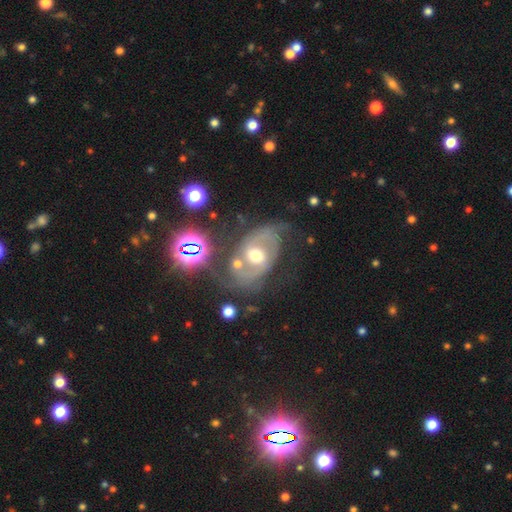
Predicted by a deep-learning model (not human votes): Smooth or featured?
  - featured or disk: 76% *
  - smooth: 14%
  - star or artifact: 10%
Edge-on disk?
  - no: 96% *
  - yes: 4%
Bar?
  - no: 41% * (tied)
  - weak: 41% * (tied)
  - strong: 17%
Spiral arms?
  - yes: 86% *
  - no: 14%
Spiral winding?
  - medium: 50% *
  - loose: 27%
  - tight: 24%
Spiral arm count?
  - 2: 84% *
  - can't tell: 9%
  - 1: 3%
  - 3: 2%
  - 4: 1%
  - more than 4: 1%
Bulge size?
  - moderate: 75% *
  - small: 13%
  - large: 10%
  - none: 1%
  - dominant: 1%
Merging?
  - none: 52% *
  - minor disturbance: 20%
  - major disturbance: 15%
  - merger: 13%